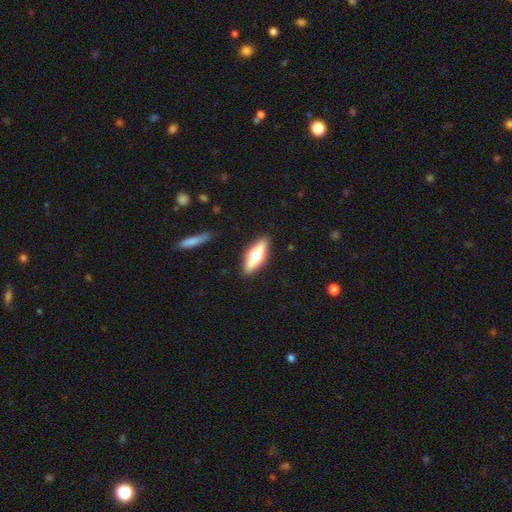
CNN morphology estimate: type=smooth (51%); roundness=in between (50%); merging=none (88%).